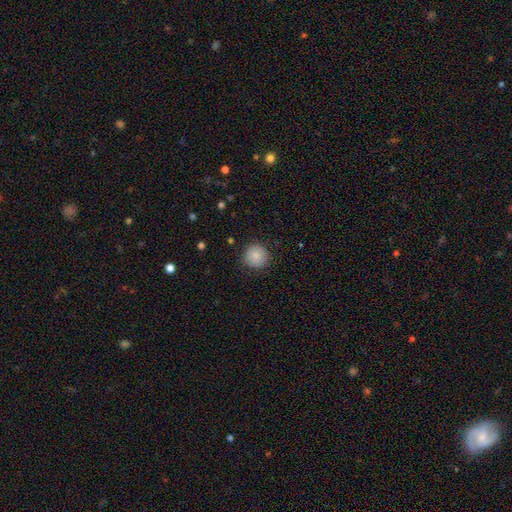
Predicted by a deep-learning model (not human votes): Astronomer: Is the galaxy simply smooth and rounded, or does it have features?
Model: smooth — 86%.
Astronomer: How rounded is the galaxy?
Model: round — 95%.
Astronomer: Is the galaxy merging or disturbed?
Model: none — 89%.